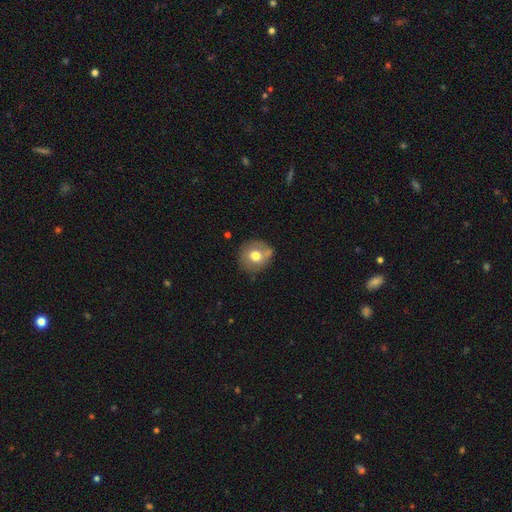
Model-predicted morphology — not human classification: This appears to be a smooth galaxy with no disk features (70%) that is round (86%). Merging: none (68%).